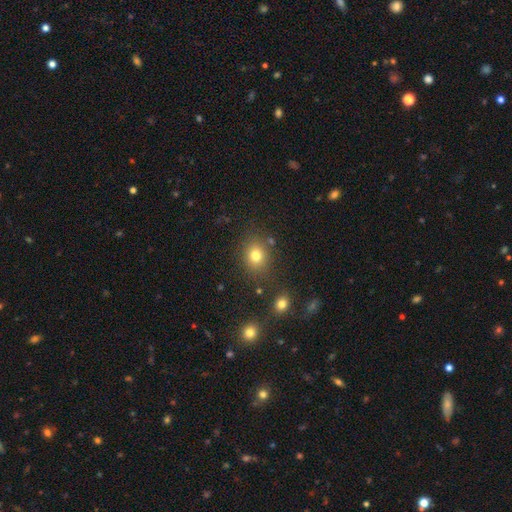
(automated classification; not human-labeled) A smooth galaxy with no disk features (78%) that is round (66%).

Vote fractions:
- Smooth or featured? smooth: 78% / star or artifact: 14% / featured or disk: 8%
- How rounded? round: 66% / in between: 33% / cigar-shaped: 1%
- Merging? none: 79% / minor disturbance: 11% / merger: 6% / major disturbance: 4%